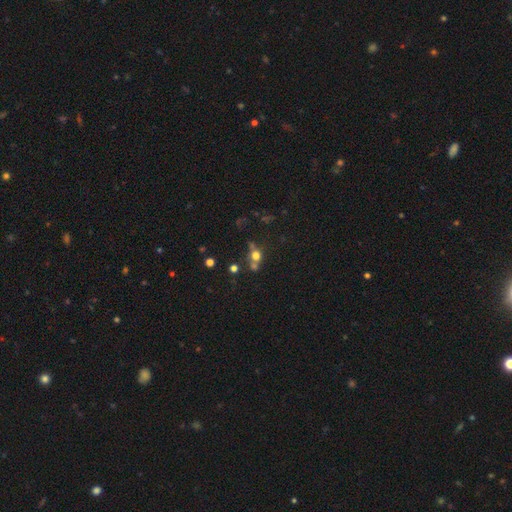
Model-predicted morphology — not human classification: A smooth galaxy with no disk features (63%) that is round (78%). Merging: none (46%).